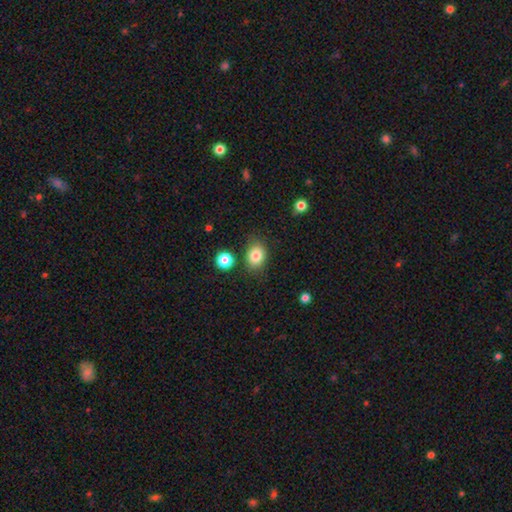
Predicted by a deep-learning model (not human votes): smooth_or_featured: smooth (p=0.83) [alt: star or artifact p=0.10]
how_rounded: in between (p=0.61) [alt: round p=0.38]
merging: none (p=0.78) [alt: minor disturbance p=0.13]